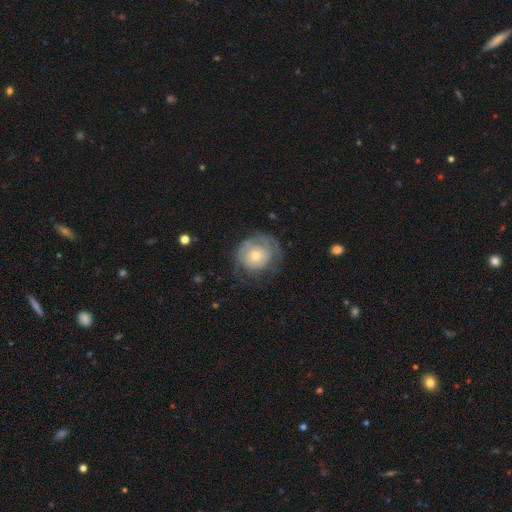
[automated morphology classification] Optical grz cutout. It shows a featured or disk galaxy (48%). Merging: none (54%).